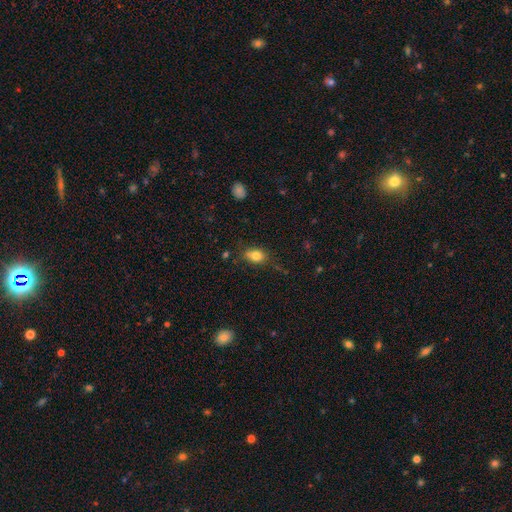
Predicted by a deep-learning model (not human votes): smooth 81%, star or artifact 10%, featured or disk 9%. Down the decision tree: how rounded — in between (79%); merging — none (72%).